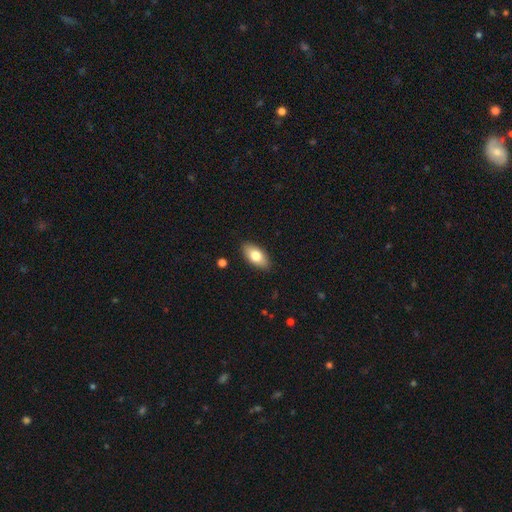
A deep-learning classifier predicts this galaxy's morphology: Q: Smooth or featured?
A: smooth (77%); runner-up: featured or disk (16%)
Q: How rounded?
A: in between (92%); runner-up: cigar-shaped (5%)
Q: Merging?
A: none (88%); runner-up: minor disturbance (9%)